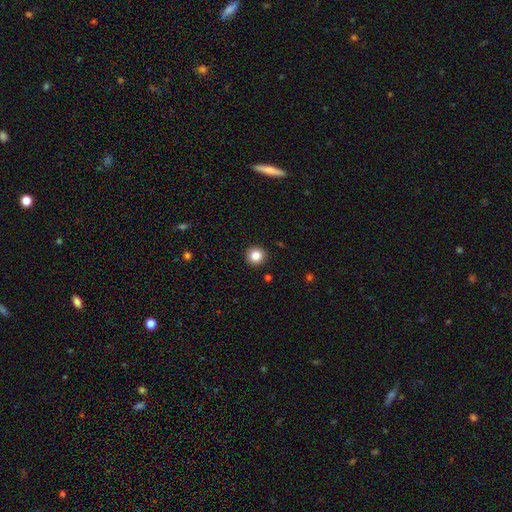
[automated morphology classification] smooth_or_featured: smooth (p=0.85) [alt: star or artifact p=0.11]
how_rounded: round (p=0.95) [alt: in between p=0.04]
merging: none (p=0.93) [alt: minor disturbance p=0.05]